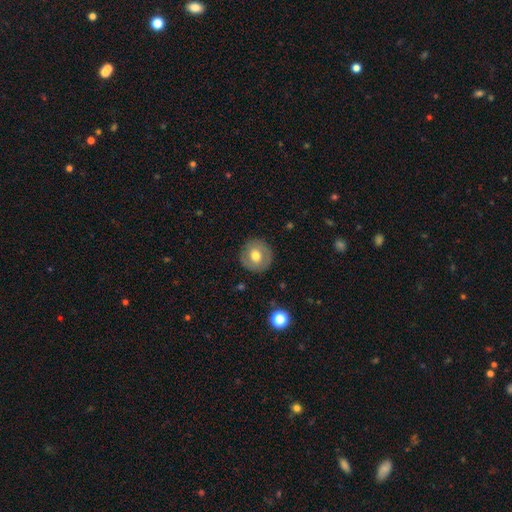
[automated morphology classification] smooth-or-featured: smooth: 57% | featured or disk: 35% | star or artifact: 8%
  how-rounded: round: 92% | in between: 7% | cigar-shaped: 1%
  merging: none: 87% | minor disturbance: 9% | major disturbance: 3% | merger: 1%